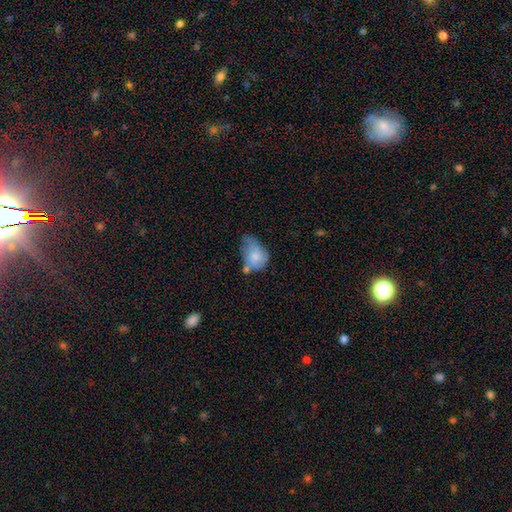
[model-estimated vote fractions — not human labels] This appears to be a smooth galaxy with no disk features (64%) that is in between round and cigar-shaped (74%). Merging: minor disturbance (38%).